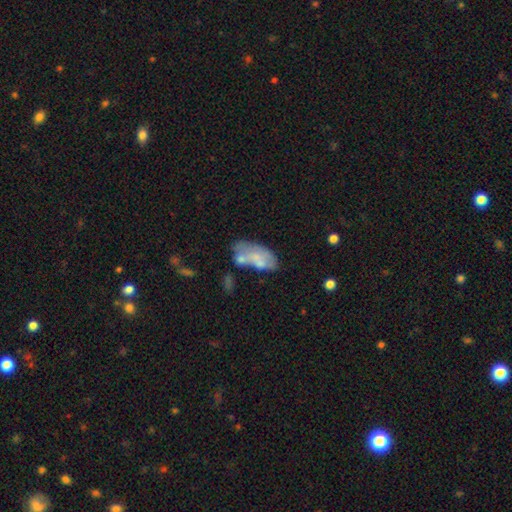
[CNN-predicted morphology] smooth_or_featured: smooth (p=0.52) [alt: featured or disk p=0.39]
how_rounded: in between (p=0.92) [alt: round p=0.04]
merging: merger (p=0.34) [alt: none p=0.28]